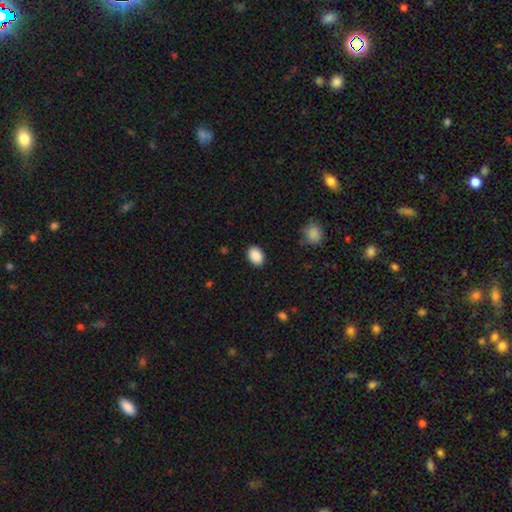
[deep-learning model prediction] Smooth or featured: smooth — 90% (star or artifact — 8%)
How rounded: in between — 73% (round — 26%)
Merging: none — 88% (minor disturbance — 8%)